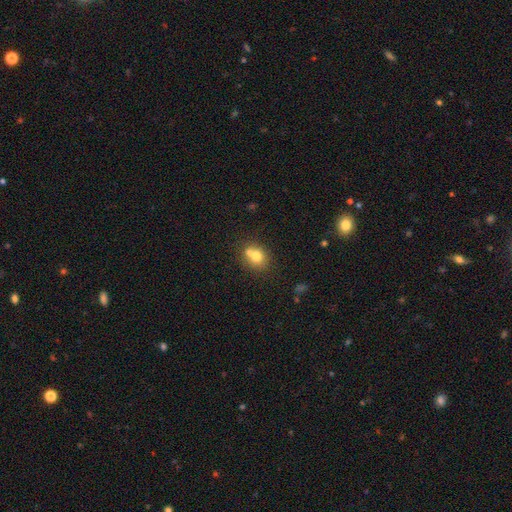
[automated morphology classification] Q: Smooth or featured?
A: smooth (72%); runner-up: featured or disk (16%)
Q: How rounded?
A: round (71%); runner-up: in between (28%)
Q: Merging?
A: none (45%); runner-up: merger (43%)